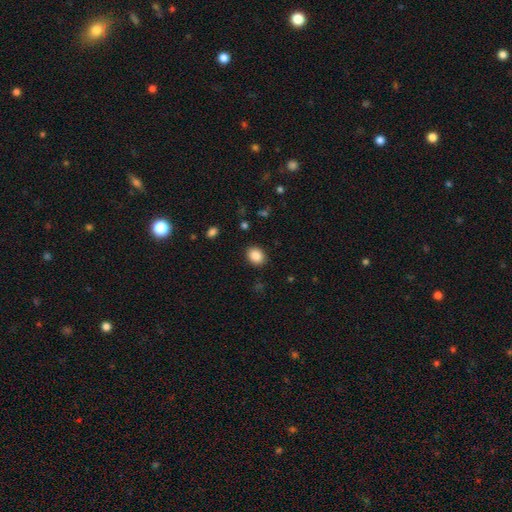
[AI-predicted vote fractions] Q: Smooth or featured?
A: smooth (88%); runner-up: star or artifact (9%)
Q: How rounded?
A: round (52%); runner-up: in between (47%)
Q: Merging?
A: none (89%); runner-up: minor disturbance (7%)